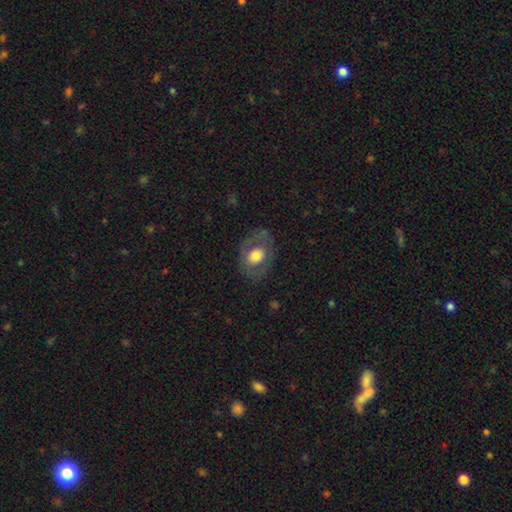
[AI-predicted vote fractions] smooth-or-featured: smooth: 52% | featured or disk: 41% | star or artifact: 7%
  how-rounded: in between: 66% | round: 33% | cigar-shaped: 1%
  merging: none: 72% | minor disturbance: 16% | major disturbance: 10% | merger: 1%